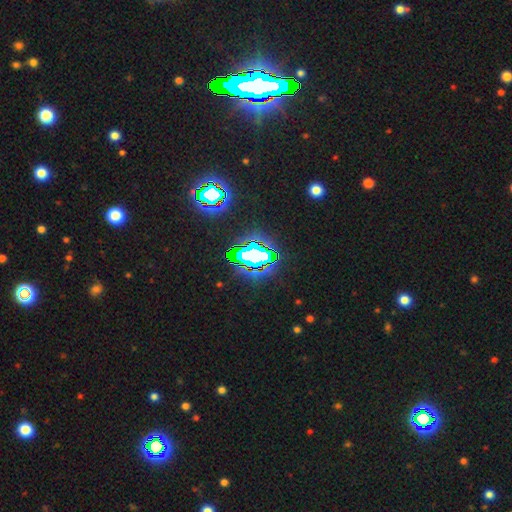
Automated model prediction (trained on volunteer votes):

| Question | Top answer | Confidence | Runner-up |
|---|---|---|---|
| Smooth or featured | star or artifact | 66% | smooth (18%) |